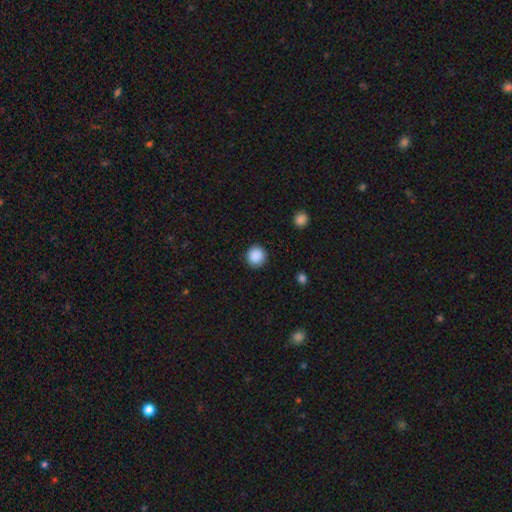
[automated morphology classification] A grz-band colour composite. It shows a smooth galaxy with no disk features (89%) that is round (93%). Merging: none (91%).